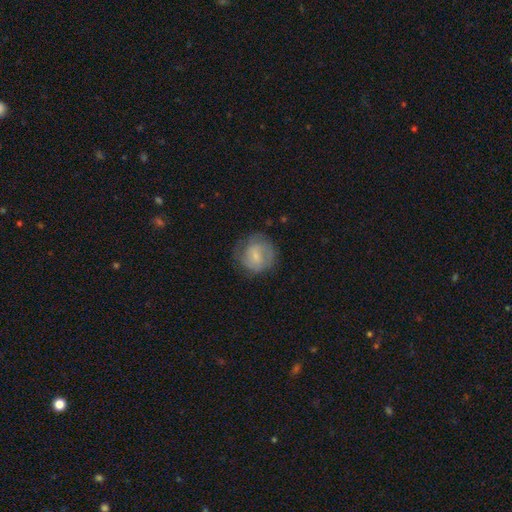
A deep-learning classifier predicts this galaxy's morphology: Smooth or featured?
  - smooth: 53% *
  - featured or disk: 40%
  - star or artifact: 7%
How rounded?
  - round: 84% *
  - in between: 15%
  - cigar-shaped: 1%
Merging?
  - none: 66% *
  - minor disturbance: 21%
  - major disturbance: 12%
  - merger: 1%